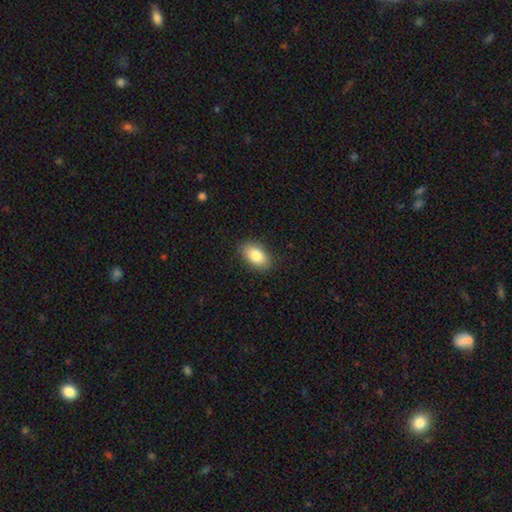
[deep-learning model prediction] Morphology: type=smooth (83%); roundness=in between (91%); merging=none (87%).